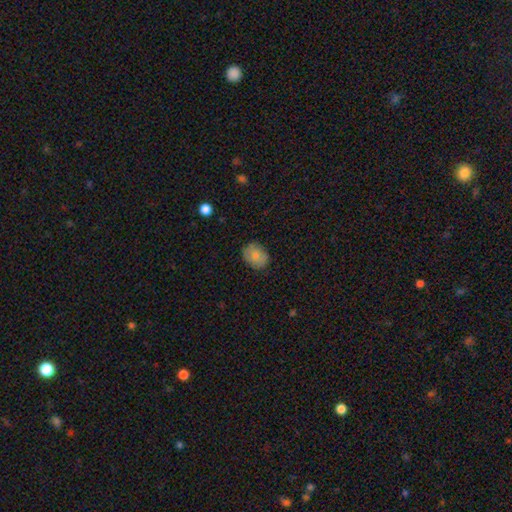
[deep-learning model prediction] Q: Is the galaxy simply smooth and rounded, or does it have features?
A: smooth — 83%.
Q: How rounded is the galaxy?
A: in between — 56%.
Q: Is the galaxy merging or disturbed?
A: none — 83%.